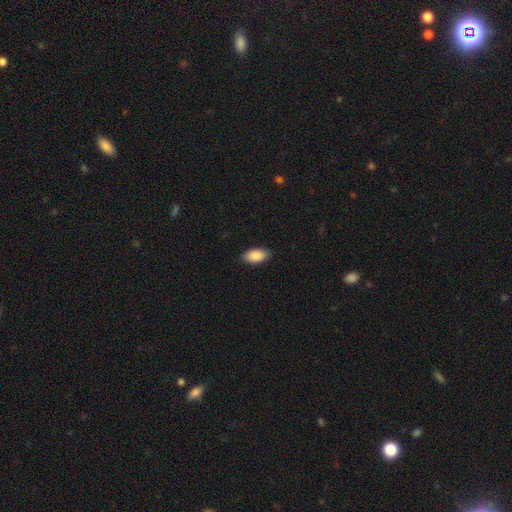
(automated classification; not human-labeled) A smooth galaxy with no disk features (90%) that is in between round and cigar-shaped (94%). Merging: none (86%).